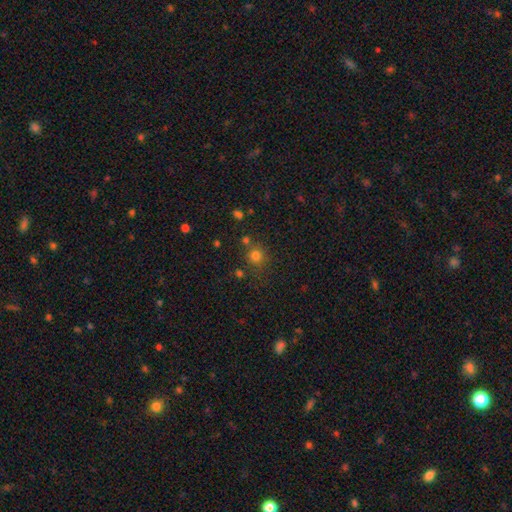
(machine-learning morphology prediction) smooth-or-featured: smooth: 76% | star or artifact: 18% | featured or disk: 7%
  how-rounded: round: 90% | in between: 9% | cigar-shaped: 1%
  merging: none: 72% | merger: 13% | minor disturbance: 11% | major disturbance: 4%